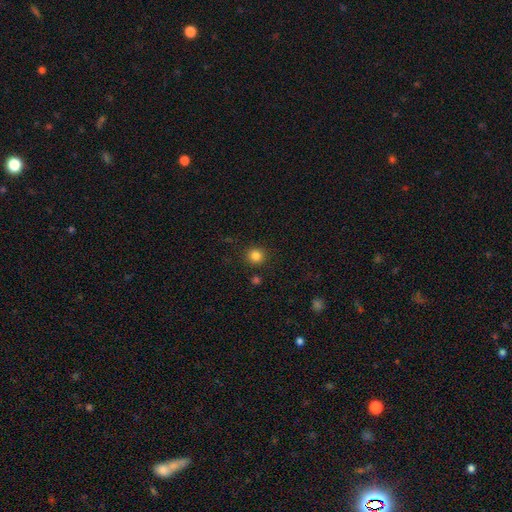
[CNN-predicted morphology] type=smooth (83%); roundness=round (93%); merging=none (89%).